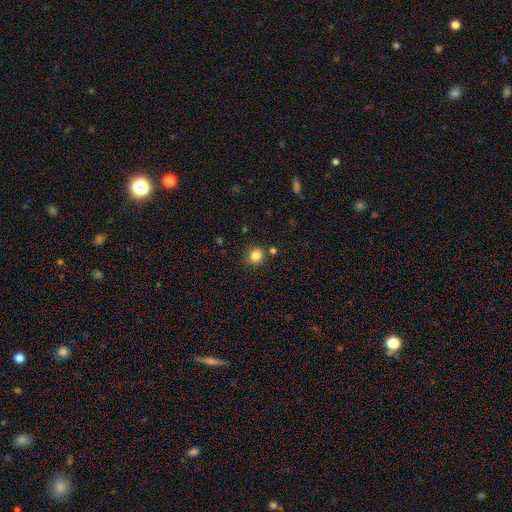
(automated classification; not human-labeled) A smooth galaxy with no disk features (83%) that is round (88%). Merging: none (83%).